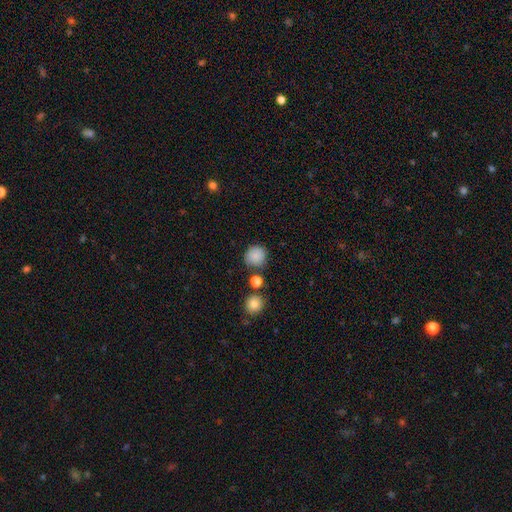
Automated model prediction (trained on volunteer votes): Smooth or featured? smooth (85%)
How rounded? round (89%)
Merging? none (79%)